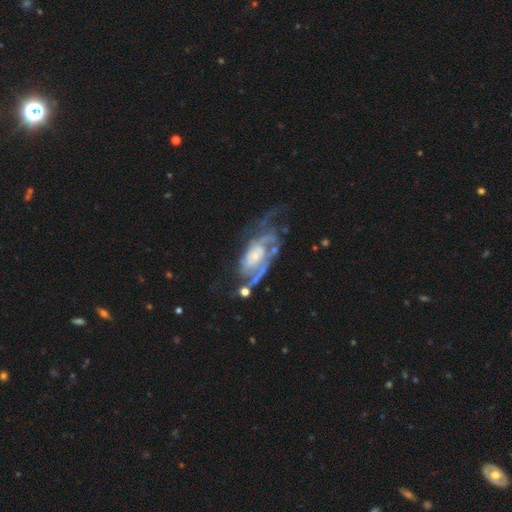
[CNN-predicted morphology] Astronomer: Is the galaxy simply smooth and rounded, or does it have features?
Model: featured or disk — 84%.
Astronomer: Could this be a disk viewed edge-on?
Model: no — 95%.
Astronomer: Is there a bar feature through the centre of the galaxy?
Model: no — 63%.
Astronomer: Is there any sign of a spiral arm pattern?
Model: yes — 89%.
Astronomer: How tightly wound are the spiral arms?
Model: medium — 41% (runner-up: tight, 40%).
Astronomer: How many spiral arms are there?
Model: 2 — 41% (runner-up: can't tell, 30%).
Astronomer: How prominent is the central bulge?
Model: small — 53% (runner-up: moderate, 29%).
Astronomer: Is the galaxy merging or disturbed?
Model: none — 40% (runner-up: major disturbance, 32%).